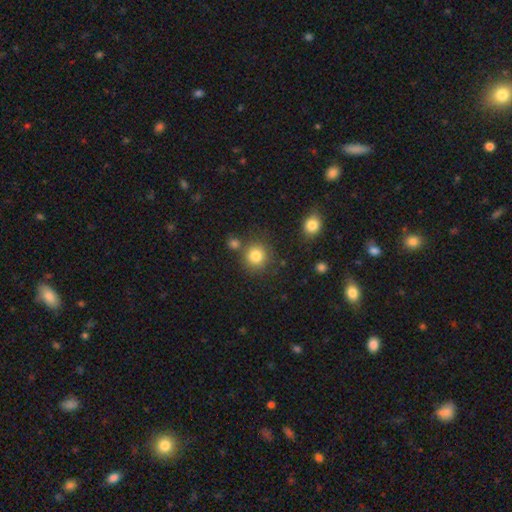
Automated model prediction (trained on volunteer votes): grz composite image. It shows a smooth galaxy with no disk features (83%) that is round (91%). Merging: none (77%).